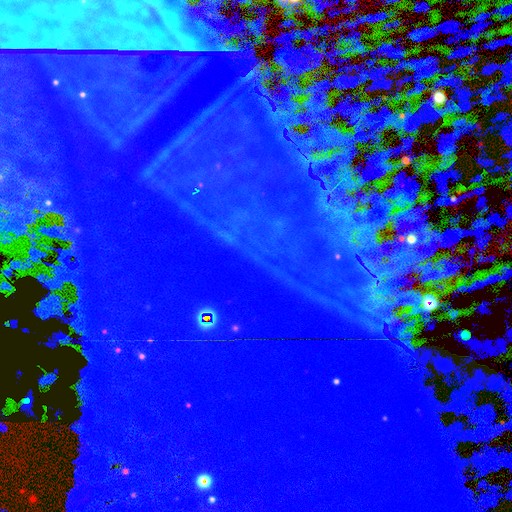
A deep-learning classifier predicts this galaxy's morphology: This appears to be a star or artifact, not a galaxy (84%).